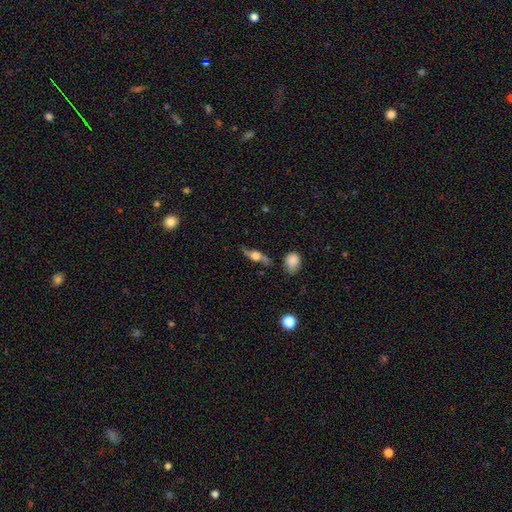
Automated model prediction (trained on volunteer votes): A featured or disk galaxy (67%) viewed edge-on (55%). Merging: none (70%).